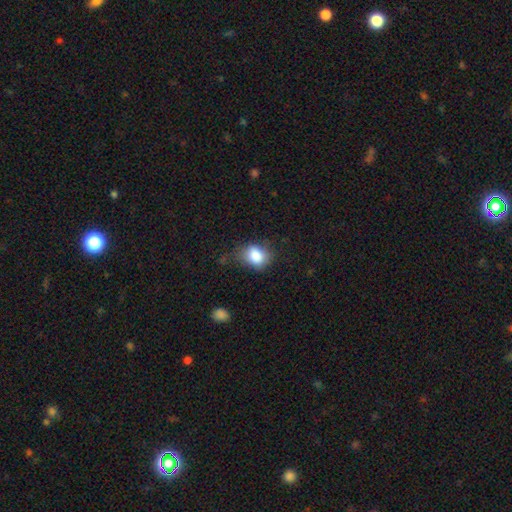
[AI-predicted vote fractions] A smooth galaxy with no disk features (84%) that is in between round and cigar-shaped (59%).

Vote fractions:
- Smooth or featured? smooth: 84% / star or artifact: 9% / featured or disk: 7%
- How rounded? in between: 59% / round: 39% / cigar-shaped: 1%
- Merging? none: 57% / minor disturbance: 31% / major disturbance: 10% / merger: 3%